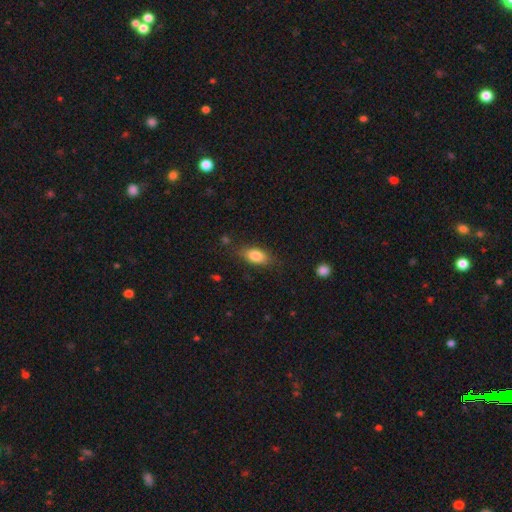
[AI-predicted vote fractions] smooth 82%, featured or disk 11%, star or artifact 8%. Down the decision tree: how rounded — in between (85%); merging — none (79%).